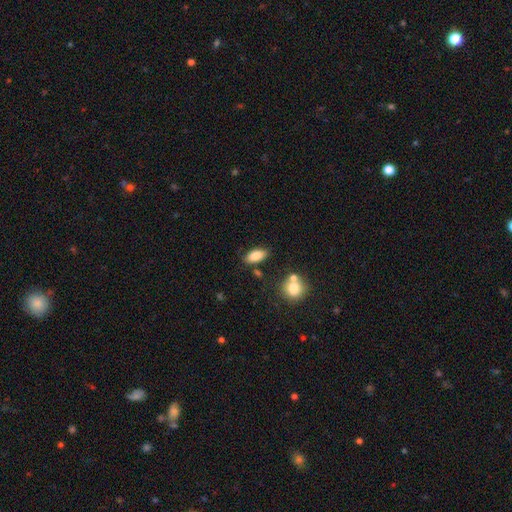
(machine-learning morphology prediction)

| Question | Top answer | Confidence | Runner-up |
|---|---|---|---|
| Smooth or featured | smooth | 84% | featured or disk (8%) |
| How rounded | in between | 88% | cigar-shaped (8%) |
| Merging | none | 80% | minor disturbance (11%) |